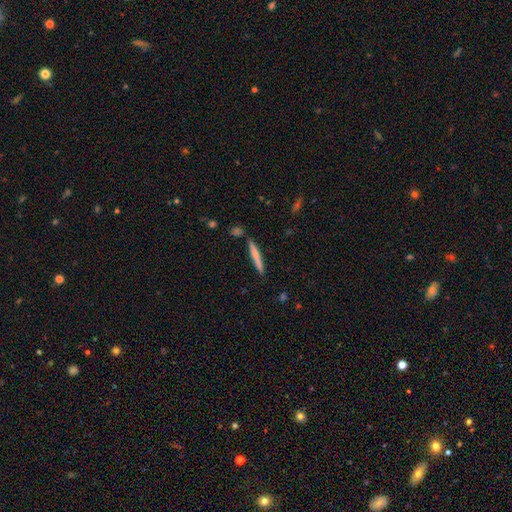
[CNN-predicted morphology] The model was most divided on "smooth or featured": smooth: 65%, featured or disk: 29%, star or artifact: 6%. More confident: how rounded — cigar-shaped (96%); merging — none (85%).